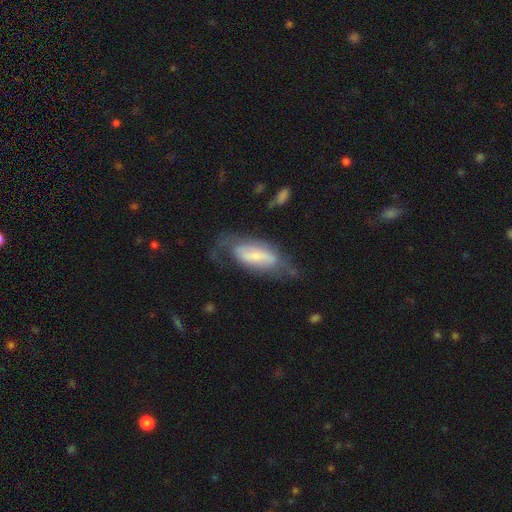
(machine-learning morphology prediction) type=featured or disk (56%); edge-on=no (85%); merging=none (47%).